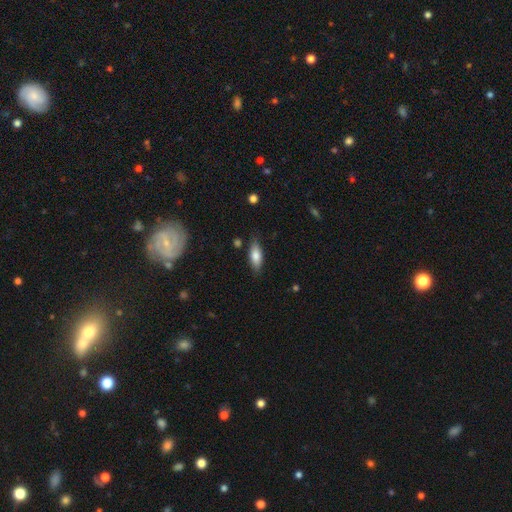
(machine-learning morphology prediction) type=smooth (76%); roundness=in between (71%); merging=none (81%).